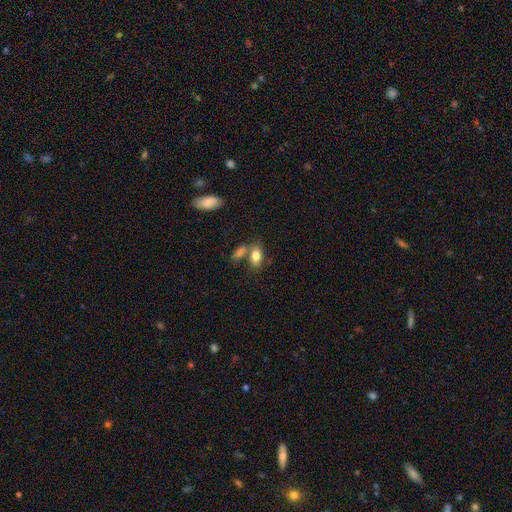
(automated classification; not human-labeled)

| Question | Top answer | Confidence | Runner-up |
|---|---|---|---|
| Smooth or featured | smooth | 82% | featured or disk (10%) |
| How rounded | in between | 88% | round (8%) |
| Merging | none | 51% | merger (31%) |